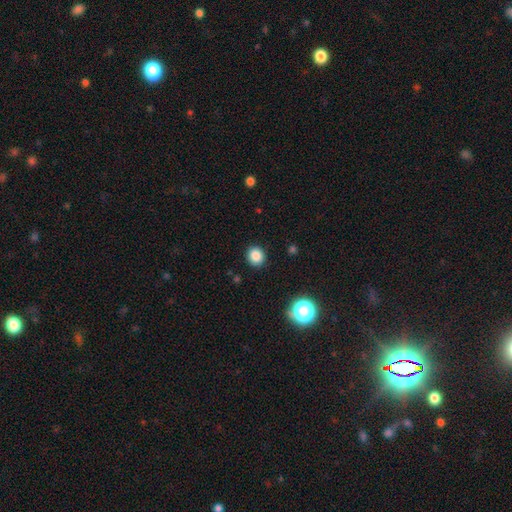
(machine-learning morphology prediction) smooth-or-featured: smooth: 85% | star or artifact: 12% | featured or disk: 4%
  how-rounded: round: 84% | in between: 15% | cigar-shaped: 1%
  merging: none: 90% | minor disturbance: 6% | major disturbance: 2% | merger: 1%